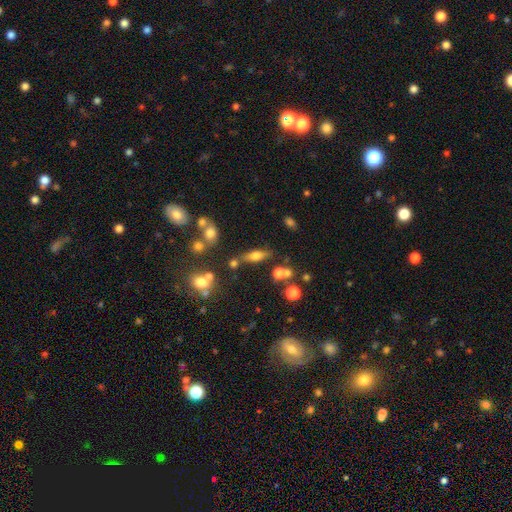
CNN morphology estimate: Smooth or featured: smooth — 52% (featured or disk — 35%)
How rounded: in between — 57% (cigar-shaped — 34%)
Merging: none — 65% (minor disturbance — 15%)